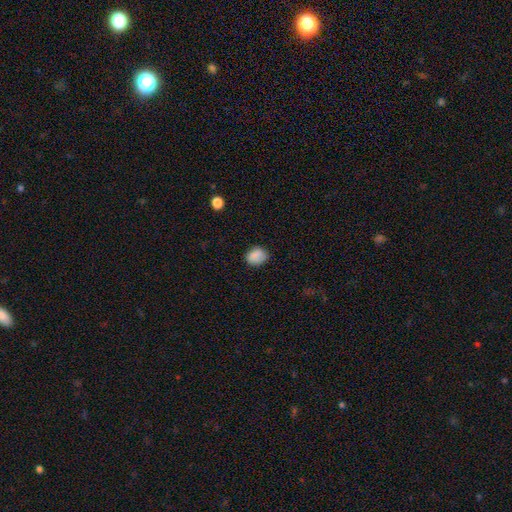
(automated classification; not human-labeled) A smooth galaxy with no disk features (85%) that is in between round and cigar-shaped (53%).

Vote fractions:
- Smooth or featured? smooth: 85% / star or artifact: 9% / featured or disk: 6%
- How rounded? in between: 53% / round: 46% / cigar-shaped: 1%
- Merging? none: 77% / minor disturbance: 18% / major disturbance: 4% / merger: 1%